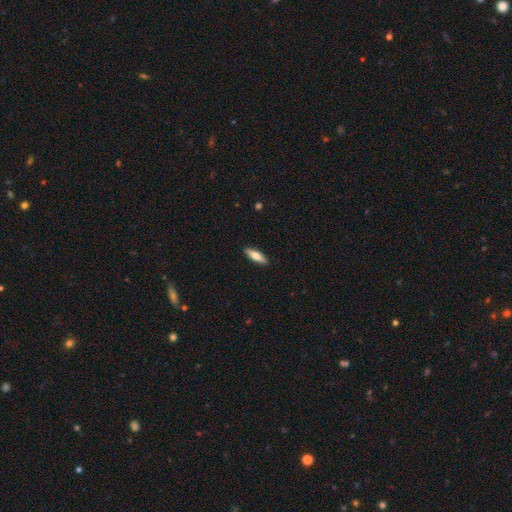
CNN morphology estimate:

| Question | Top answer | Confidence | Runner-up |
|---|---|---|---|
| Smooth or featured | smooth | 63% | featured or disk (31%) |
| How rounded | cigar-shaped | 56% | in between (42%) |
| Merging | none | 90% | minor disturbance (7%) |